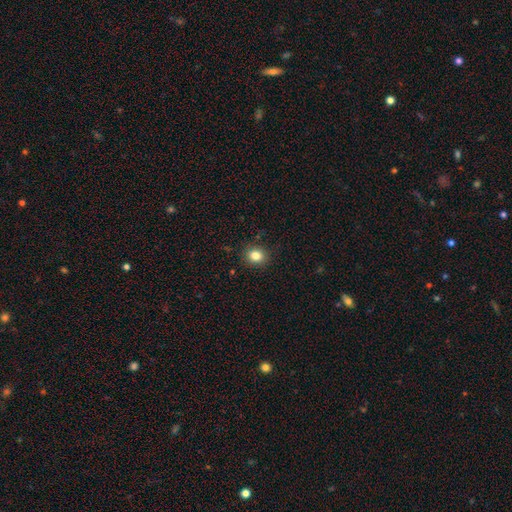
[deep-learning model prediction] smooth-or-featured: smooth: 83% | star or artifact: 11% | featured or disk: 6%
  how-rounded: round: 70% | in between: 29% | cigar-shaped: 1%
  merging: none: 89% | minor disturbance: 8% | major disturbance: 2% | merger: 1%